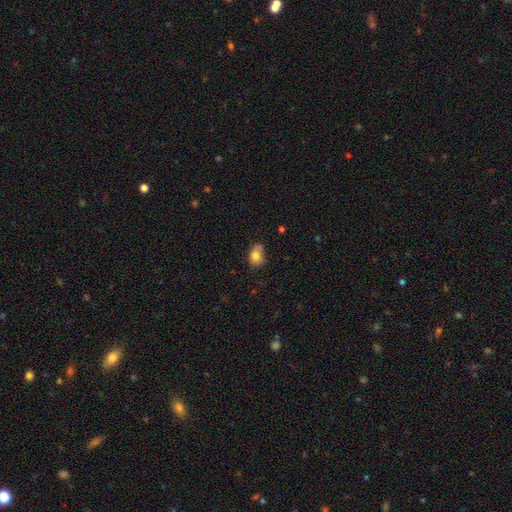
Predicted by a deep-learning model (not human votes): Overall: smooth (78%). How rounded: in between (62%; round 37%). Merging: none (44%; minor disturbance 31%).